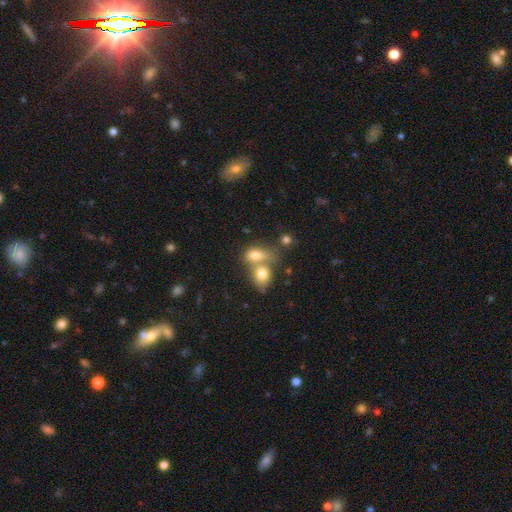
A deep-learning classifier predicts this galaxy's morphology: smooth 75%, featured or disk 15%, star or artifact 10%. Down the decision tree: how rounded — in between (74%); merging — merger (61%).